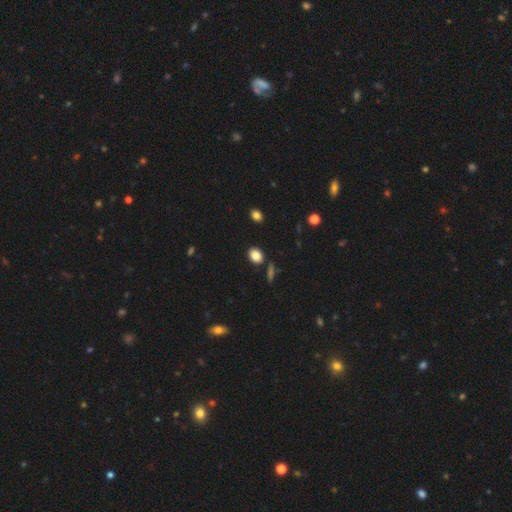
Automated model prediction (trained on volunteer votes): smooth-or-featured: smooth: 85% | star or artifact: 9% | featured or disk: 6%
  how-rounded: in between: 52% | round: 46% | cigar-shaped: 2%
  merging: none: 83% | minor disturbance: 9% | merger: 5% | major disturbance: 3%